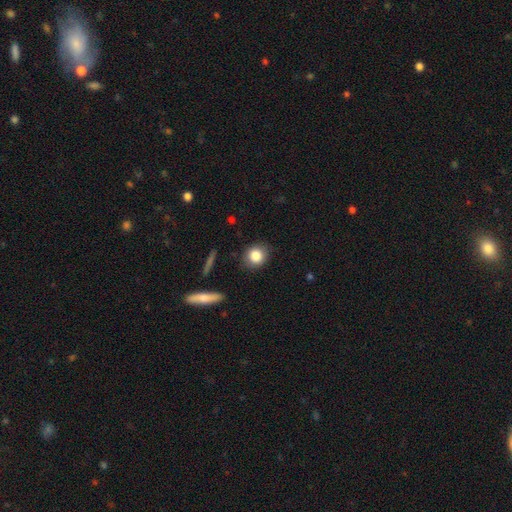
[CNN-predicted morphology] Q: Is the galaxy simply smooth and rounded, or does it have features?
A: smooth — 84%.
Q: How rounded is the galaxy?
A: round — 76%.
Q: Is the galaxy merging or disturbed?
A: none — 84%.